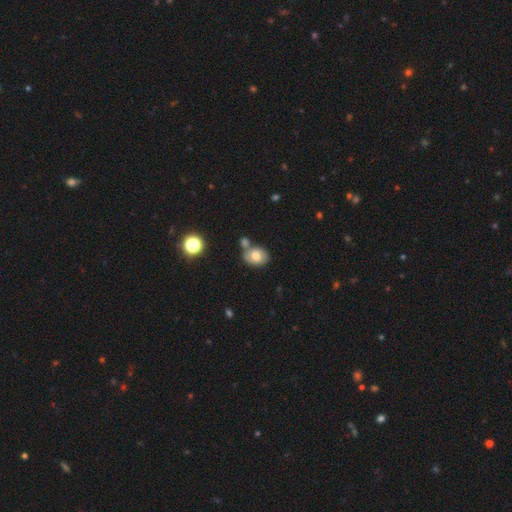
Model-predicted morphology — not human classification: smooth 69%, featured or disk 21%, star or artifact 10%. Down the decision tree: how rounded — in between (57%); merging — none (57%).